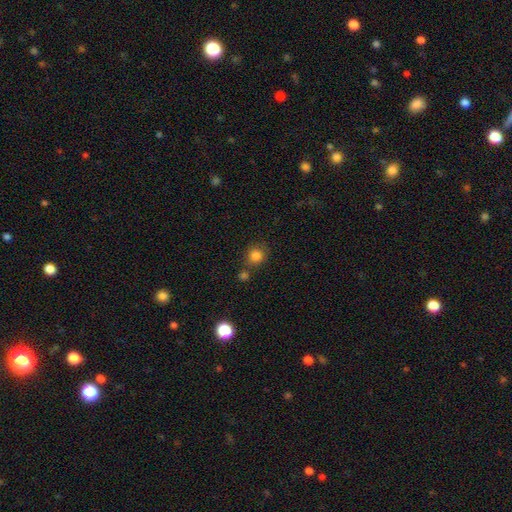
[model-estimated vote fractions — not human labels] Smooth or featured: smooth — 83% (star or artifact — 12%)
How rounded: round — 85% (in between — 14%)
Merging: none — 67% (merger — 16%)